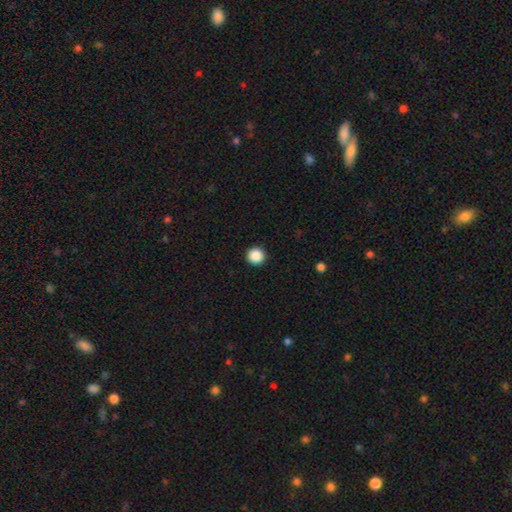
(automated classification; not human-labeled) A smooth galaxy with no disk features (89%) that is round (96%). Merging: none (94%).